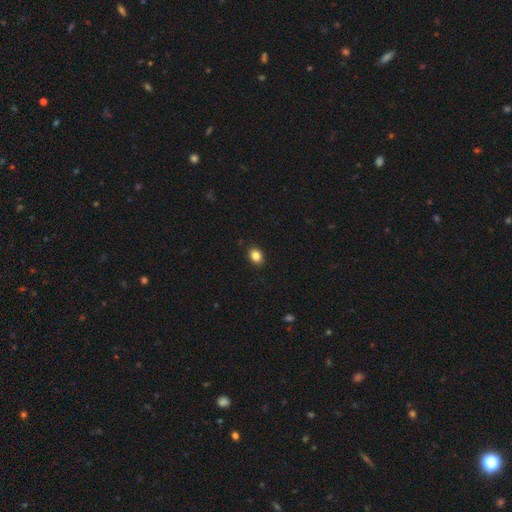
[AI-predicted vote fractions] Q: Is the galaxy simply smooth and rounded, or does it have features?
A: smooth — 85%.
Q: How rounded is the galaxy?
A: in between — 61%.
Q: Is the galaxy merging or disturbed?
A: none — 90%.